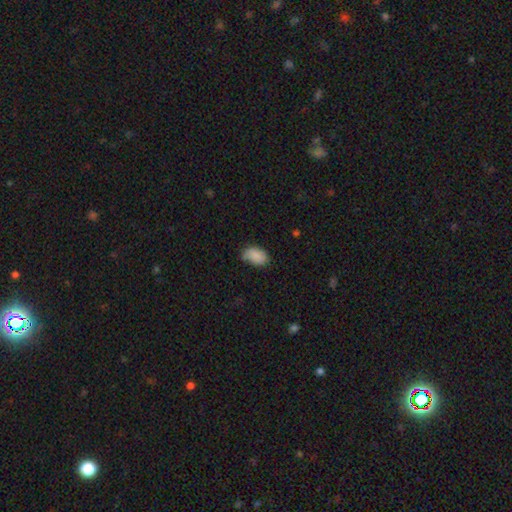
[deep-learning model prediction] The model was most divided on "merging": none: 60%, minor disturbance: 30%, major disturbance: 7%, merger: 3%. More confident: how rounded — in between (90%); smooth or featured — smooth (86%).